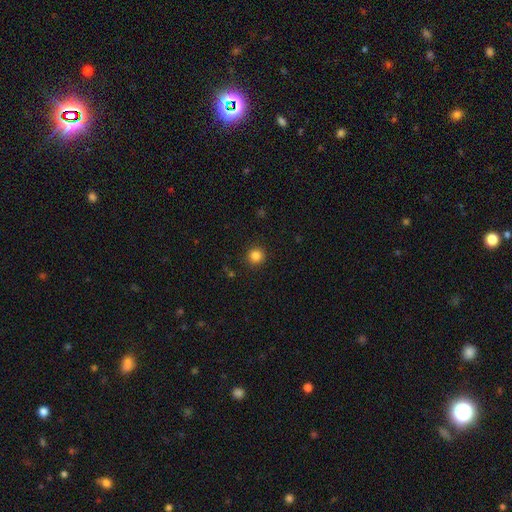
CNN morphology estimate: Smooth or featured? Predicted: smooth (p=0.84). How rounded? Predicted: round (p=0.94). Merging? Predicted: none (p=0.91).